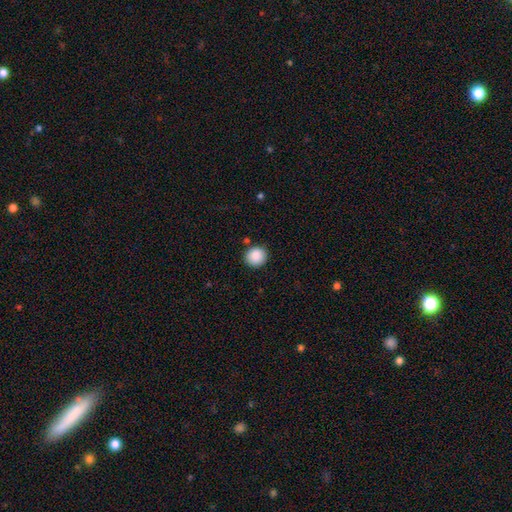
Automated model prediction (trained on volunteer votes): This appears to be a smooth galaxy with no disk features (89%) that is round (88%). Merging: none (87%).